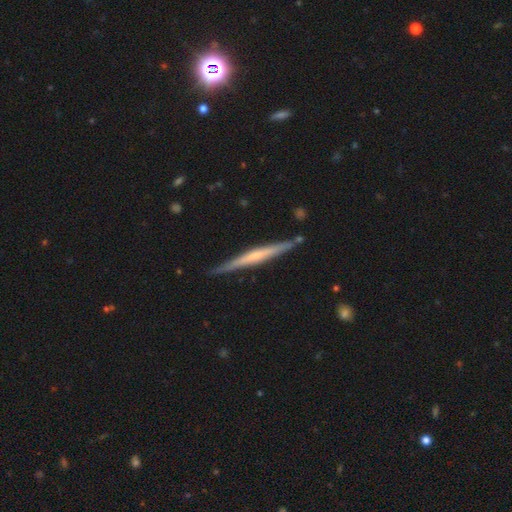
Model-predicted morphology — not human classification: featured or disk 65%, smooth 29%, star or artifact 5%. Down the decision tree: edge-on disk — yes (97%); edge-on bulge — none (49%); merging — none (87%).